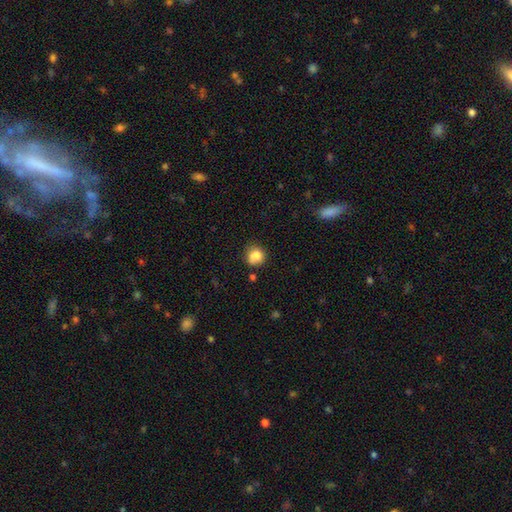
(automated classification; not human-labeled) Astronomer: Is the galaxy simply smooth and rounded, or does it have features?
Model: smooth — 80%.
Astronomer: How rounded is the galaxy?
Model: round — 82%.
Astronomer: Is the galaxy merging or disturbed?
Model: none — 58%.